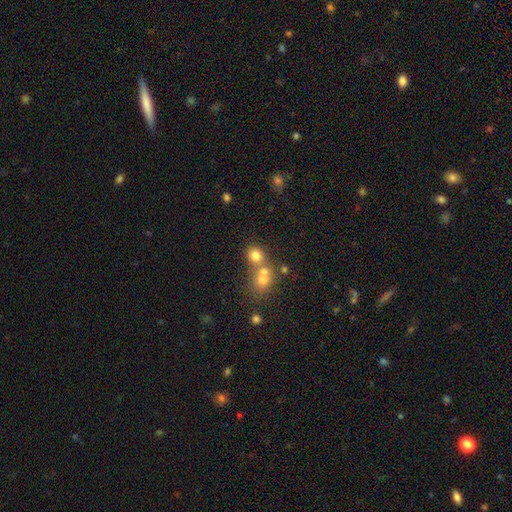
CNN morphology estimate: Smooth or featured? Predicted: smooth (p=0.73). How rounded? Predicted: round (p=0.78). Merging? Predicted: none (p=0.45).